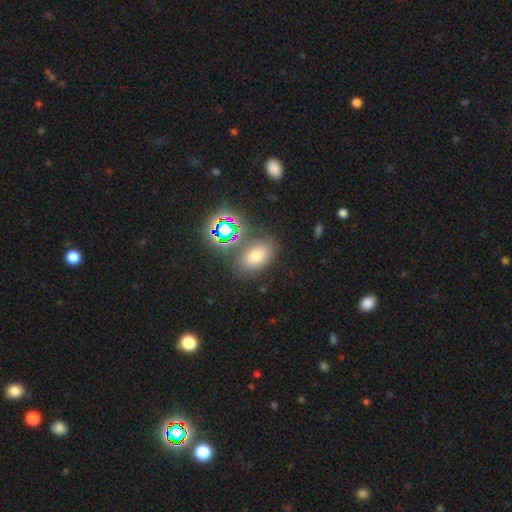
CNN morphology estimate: smooth-or-featured: smooth: 60% | star or artifact: 27% | featured or disk: 13%
  how-rounded: in between: 77% | round: 22% | cigar-shaped: 2%
  merging: none: 74% | minor disturbance: 13% | merger: 8% | major disturbance: 5%